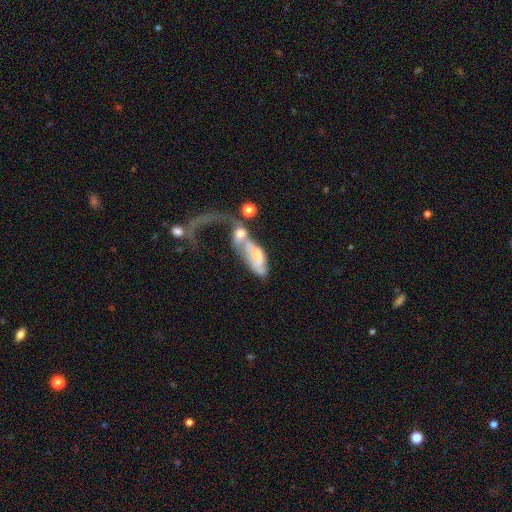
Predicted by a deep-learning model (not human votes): Smooth or featured? featured or disk (54%)
Edge-on disk? no (91%)
Merging? merger (56%)